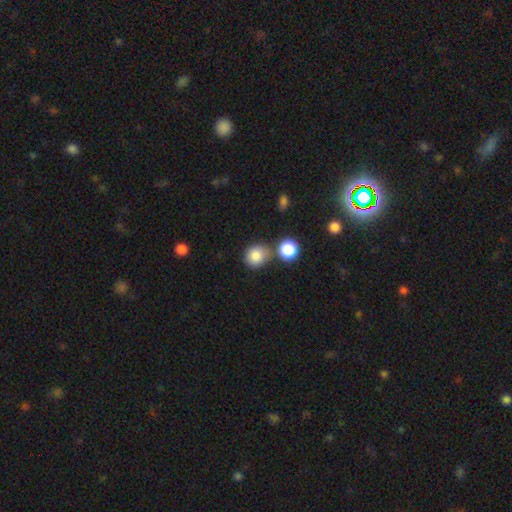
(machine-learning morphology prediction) Overall: smooth (85%). How rounded: round (79%). Merging: none (60%; merger 22%).